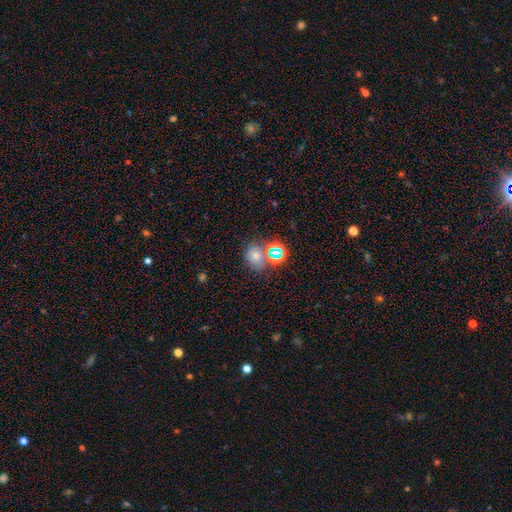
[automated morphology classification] A smooth galaxy with no disk features (55%) that is round (74%). Merging: none (55%).